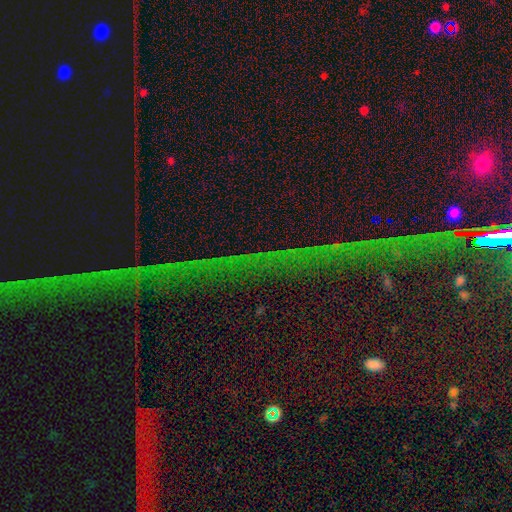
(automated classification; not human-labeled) The model was most divided on "smooth or featured": star or artifact: 77%, featured or disk: 13%, smooth: 10%.